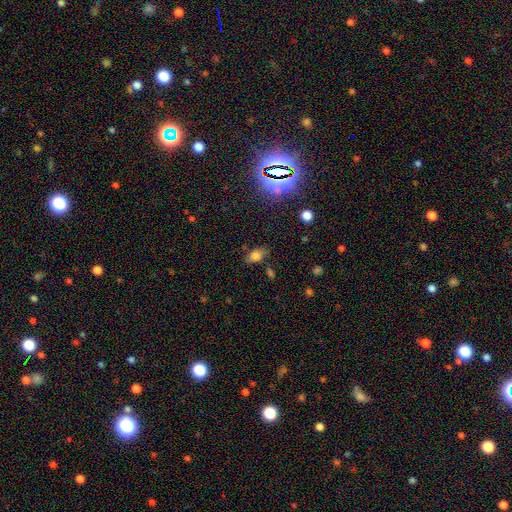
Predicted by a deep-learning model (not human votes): smooth-or-featured: smooth: 75% | star or artifact: 14% | featured or disk: 11%
  how-rounded: in between: 87% | round: 10% | cigar-shaped: 3%
  merging: none: 78% | minor disturbance: 15% | major disturbance: 4% | merger: 3%